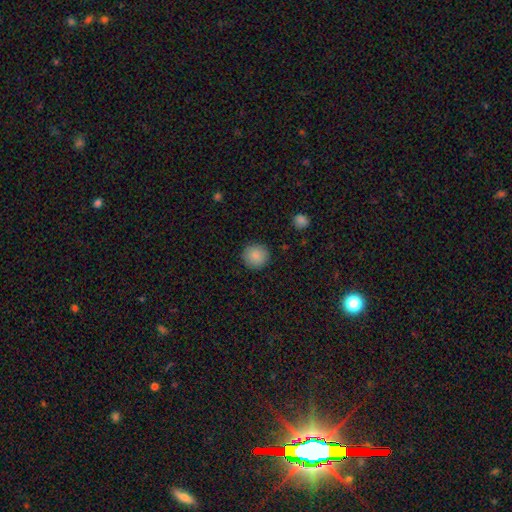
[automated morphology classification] Smooth or featured? Predicted: smooth (p=0.88). How rounded? Predicted: round (p=0.94). Merging? Predicted: none (p=0.91).